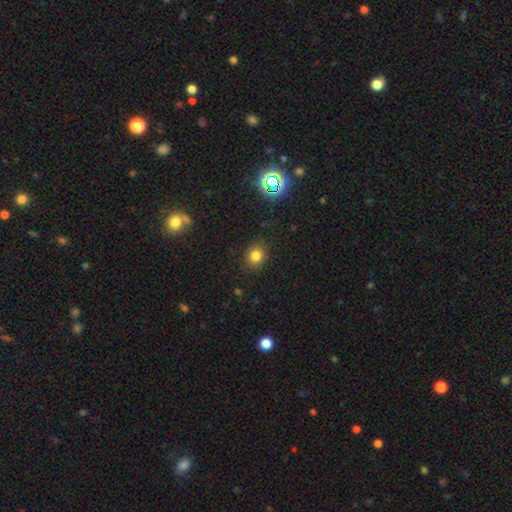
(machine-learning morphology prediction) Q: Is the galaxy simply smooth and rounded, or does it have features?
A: smooth — 78%.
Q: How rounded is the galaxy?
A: round — 70%.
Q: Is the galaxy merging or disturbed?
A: none — 85%.